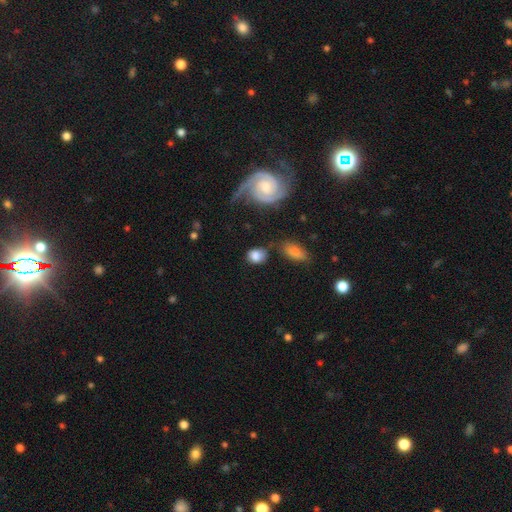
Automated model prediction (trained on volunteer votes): Smooth or featured: smooth — 75% (featured or disk — 16%)
How rounded: round — 53% (in between — 45%)
Merging: none — 57% (minor disturbance — 22%)